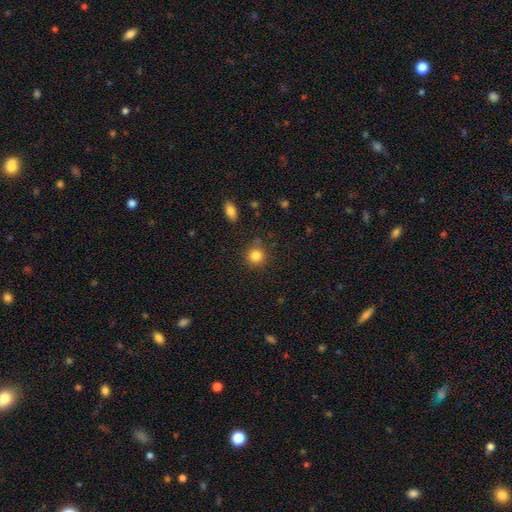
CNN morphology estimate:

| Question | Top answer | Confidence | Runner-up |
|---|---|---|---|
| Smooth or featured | smooth | 85% | star or artifact (10%) |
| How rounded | round | 91% | in between (8%) |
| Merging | none | 84% | minor disturbance (10%) |